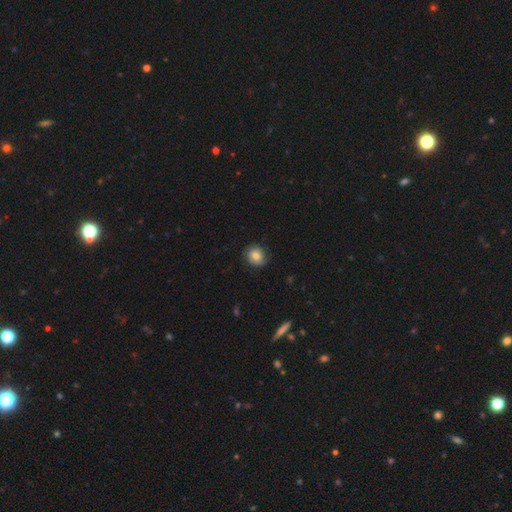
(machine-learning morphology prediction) A smooth galaxy with no disk features (71%) that is round (77%).

Vote fractions:
- Smooth or featured? smooth: 71% / featured or disk: 21% / star or artifact: 8%
- How rounded? round: 77% / in between: 22% / cigar-shaped: 1%
- Merging? none: 79% / minor disturbance: 16% / major disturbance: 4% / merger: 1%